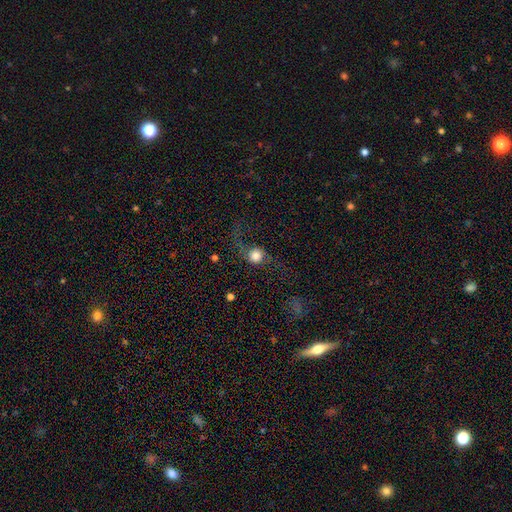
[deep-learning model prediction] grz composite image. It shows a smooth galaxy with no disk features (59%) that is round (90%). Merging: none (55%).